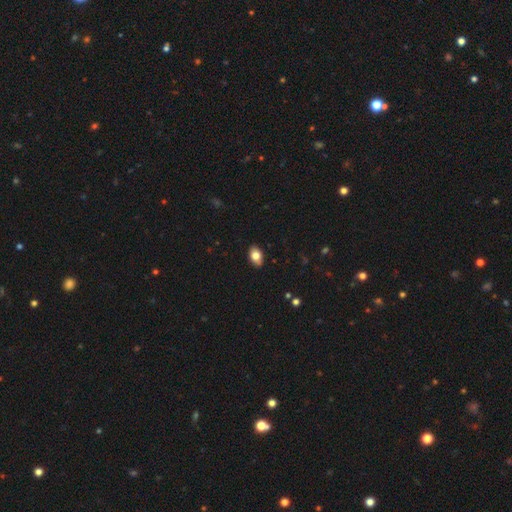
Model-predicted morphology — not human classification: A smooth galaxy with no disk features (78%) that is in between round and cigar-shaped (89%).

Vote fractions:
- Smooth or featured? smooth: 78% / featured or disk: 14% / star or artifact: 8%
- How rounded? in between: 89% / round: 9% / cigar-shaped: 2%
- Merging? none: 86% / minor disturbance: 11% / major disturbance: 2% / merger: 1%